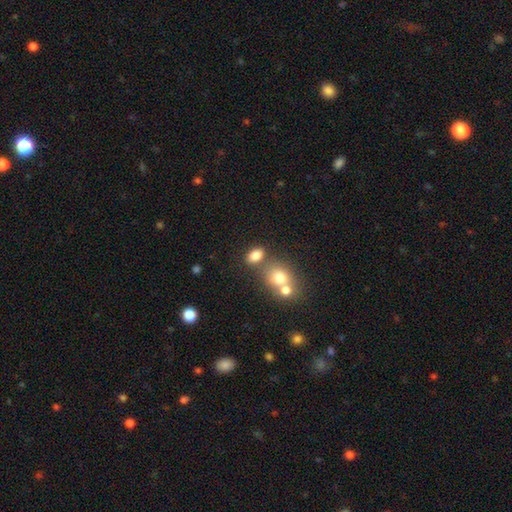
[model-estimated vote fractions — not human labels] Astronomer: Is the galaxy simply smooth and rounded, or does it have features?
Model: smooth — 80%.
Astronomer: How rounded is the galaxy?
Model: in between — 80%.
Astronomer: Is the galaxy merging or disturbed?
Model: none — 56%.